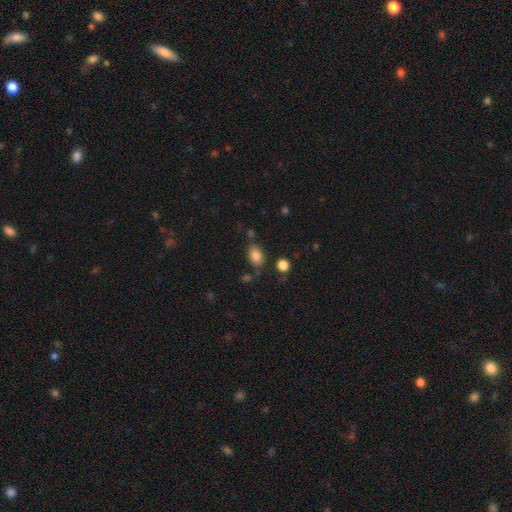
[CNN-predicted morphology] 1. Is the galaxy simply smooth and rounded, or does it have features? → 84% smooth, 10% star or artifact, 6% featured or disk.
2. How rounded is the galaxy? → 82% in between, 17% round, 1% cigar-shaped.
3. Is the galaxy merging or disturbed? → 76% none, 14% minor disturbance, 6% merger, 4% major disturbance.